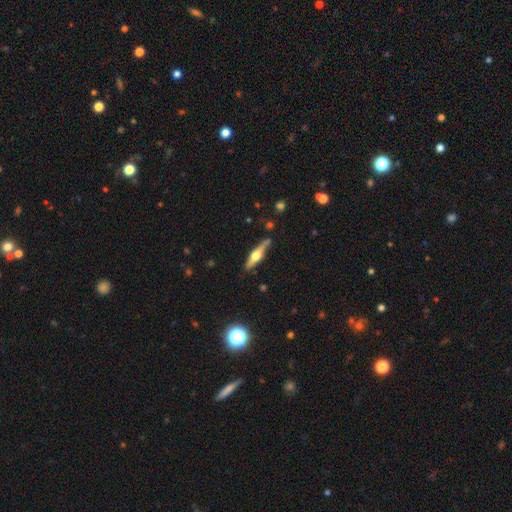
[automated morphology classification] This is likely a featured or disk galaxy (61%). It is clearly viewed edge-on (94%). Edge-on bulge: clearly rounded (93%). Merging: likely none (78%).